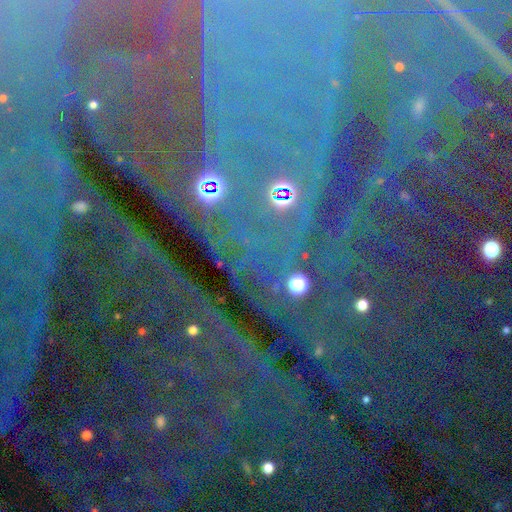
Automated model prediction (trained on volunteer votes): Smooth or featured?
  - star or artifact: 82% *
  - featured or disk: 11%
  - smooth: 7%